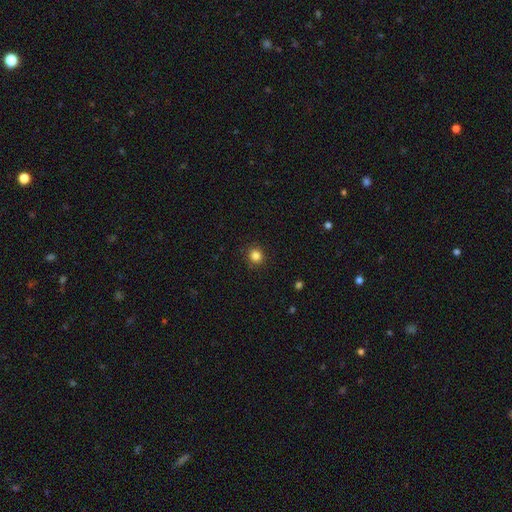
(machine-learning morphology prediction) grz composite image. It shows a smooth galaxy with no disk features (84%) that is round (90%). Merging: none (90%).